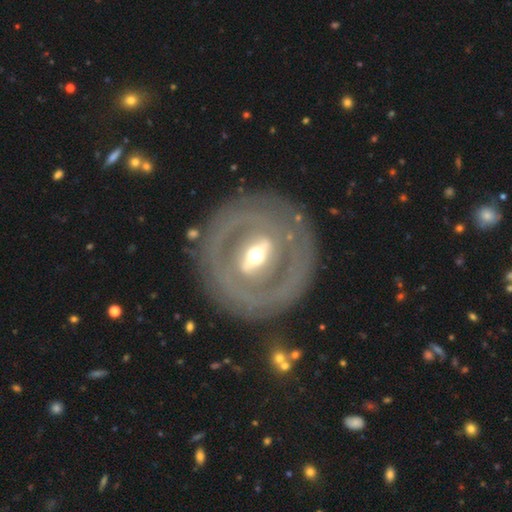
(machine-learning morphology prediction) type=featured or disk (81%); edge-on=no (90%); bar=strong (61%); spiral arms=no (51%); bulge=moderate (59%); merging=none (81%).